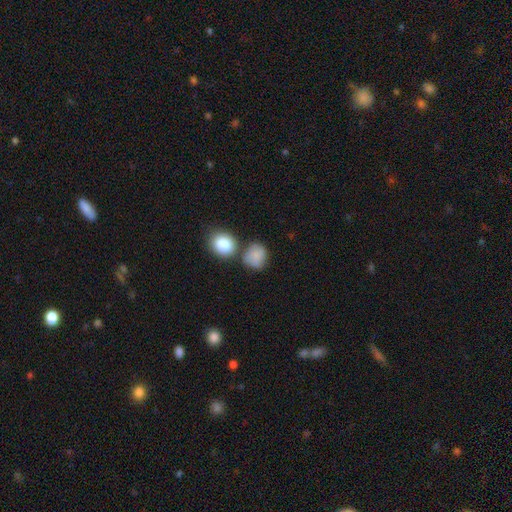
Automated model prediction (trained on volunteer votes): Morphology: type=smooth (81%); roundness=round (71%); merging=none (55%).